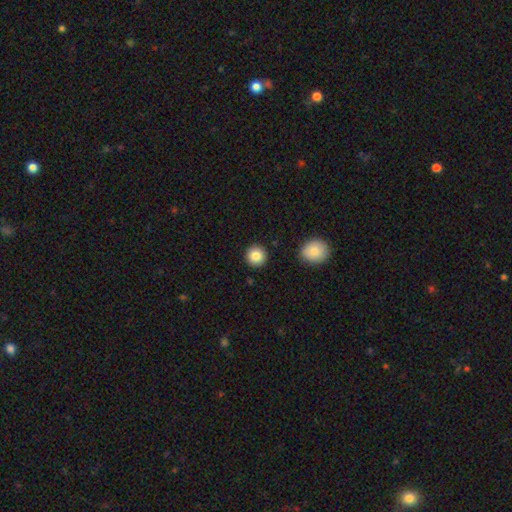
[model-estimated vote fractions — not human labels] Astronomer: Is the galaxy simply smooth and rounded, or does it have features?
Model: smooth — 85%.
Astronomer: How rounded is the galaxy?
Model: round — 95%.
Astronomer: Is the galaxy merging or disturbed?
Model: none — 91%.